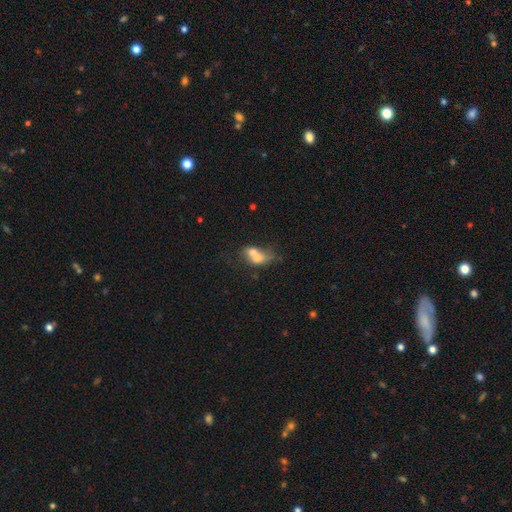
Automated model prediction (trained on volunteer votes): Smooth or featured: smooth — 63% (featured or disk — 27%)
How rounded: in between — 63% (round — 34%)
Merging: merger — 67% (none — 16%)